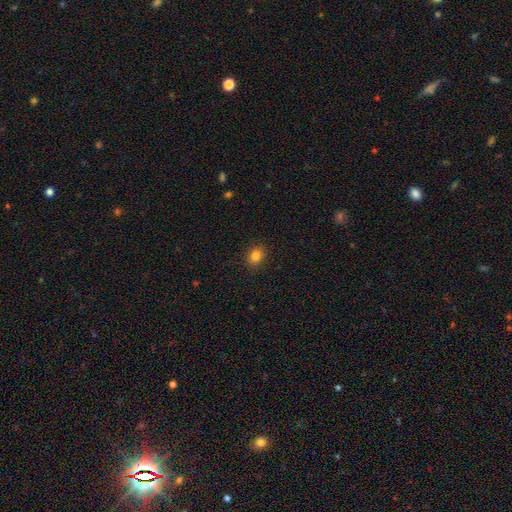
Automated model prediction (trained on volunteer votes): Smooth or featured? smooth (82%)
How rounded? round (50%)
Merging? none (89%)